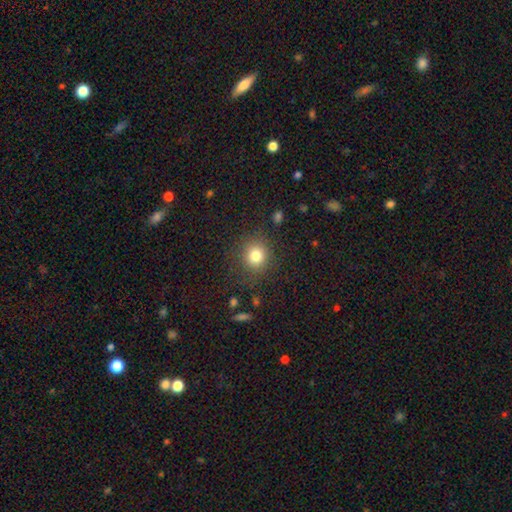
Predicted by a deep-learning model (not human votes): smooth 81%, star or artifact 12%, featured or disk 7%. Down the decision tree: how rounded — round (87%); merging — none (85%).